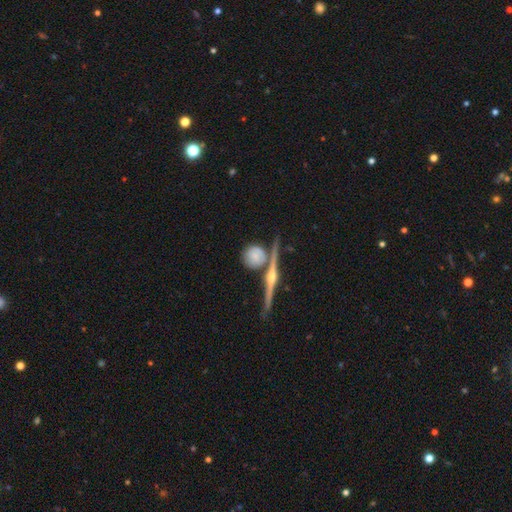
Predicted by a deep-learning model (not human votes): smooth-or-featured: smooth: 48% | featured or disk: 44% | star or artifact: 8%
  merging: none: 67% | merger: 15% | minor disturbance: 14% | major disturbance: 4%